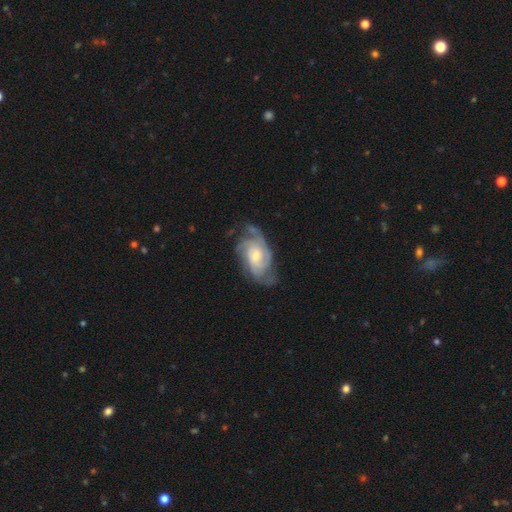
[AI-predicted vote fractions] Smooth or featured: featured or disk — 84% (smooth — 11%)
Edge-on disk: no — 97% (yes — 3%)
Bar: no — 61% (weak — 33%)
Spiral arms: yes — 95% (no — 5%)
Spiral winding: tight — 50% (medium — 39%)
Spiral arm count: 3 — 31% (can't tell — 23%)
Bulge size: moderate — 55% (small — 33%)
Merging: none — 60% (minor disturbance — 24%)